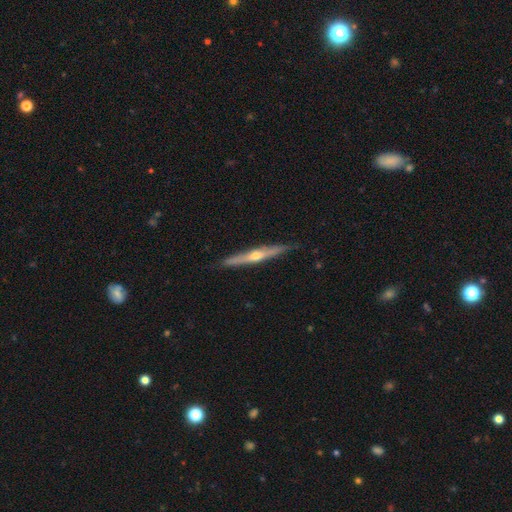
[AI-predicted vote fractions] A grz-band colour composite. It shows a featured or disk galaxy (74%) viewed edge-on (97%) with a rounded central bulge (88%). Merging: none (90%).